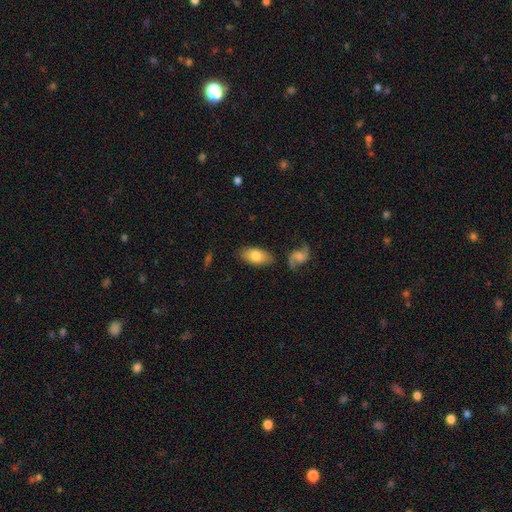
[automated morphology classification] type=smooth (73%); roundness=in between (92%); merging=none (77%).